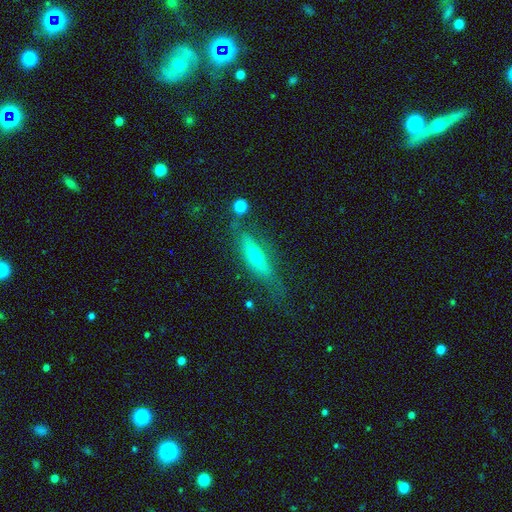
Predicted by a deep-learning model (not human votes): A featured or disk galaxy (53%) viewed edge-on (78%). Merging: none (67%).